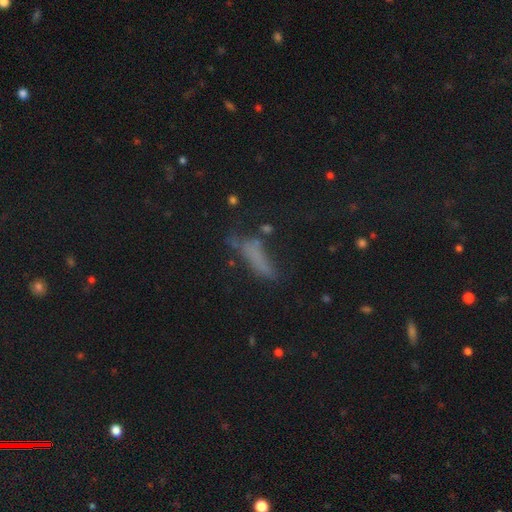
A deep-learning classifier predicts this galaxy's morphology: This appears to be a smooth galaxy with no disk features (56%) that is cigar-shaped (63%). Merging: none (43%).